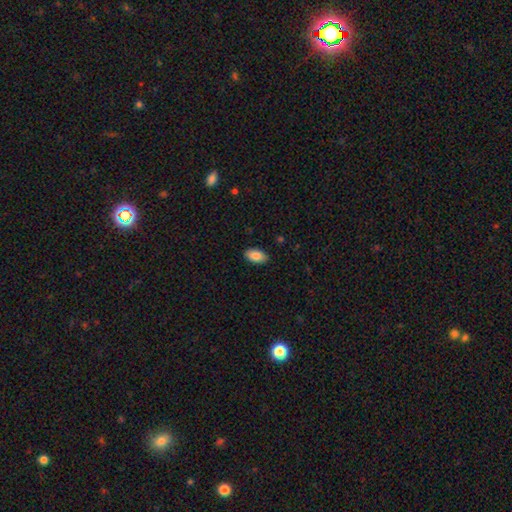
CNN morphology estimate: Smooth or featured? smooth (86%)
How rounded? in between (94%)
Merging? none (89%)